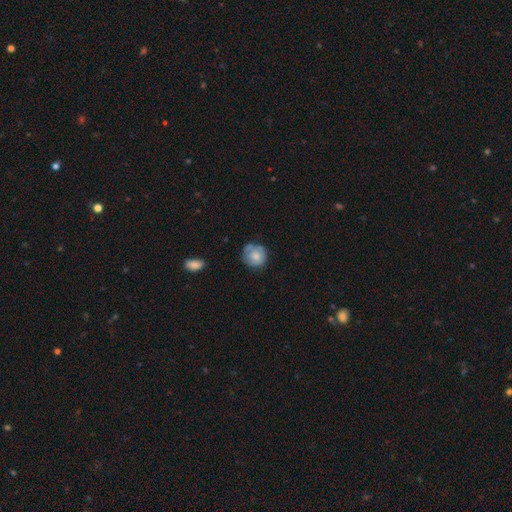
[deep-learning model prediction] This is likely a smooth galaxy (67%). How rounded: clearly round (85%). Merging: possibly none (59%).